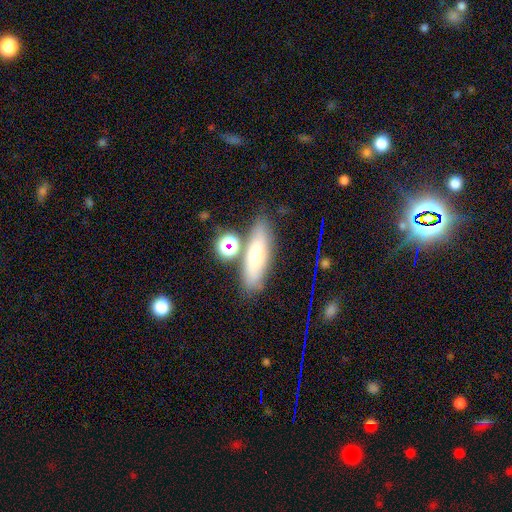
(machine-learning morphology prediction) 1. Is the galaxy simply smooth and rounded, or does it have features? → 58% smooth, 30% featured or disk, 12% star or artifact.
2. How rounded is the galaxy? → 52% cigar-shaped, 41% in between, 6% round.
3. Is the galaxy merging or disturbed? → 76% none, 12% minor disturbance, 9% merger, 4% major disturbance.